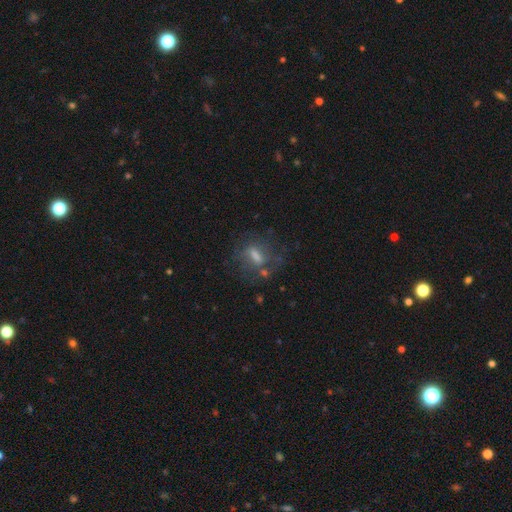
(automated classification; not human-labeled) This appears to be a featured or disk galaxy (46%). Merging: none (57%).